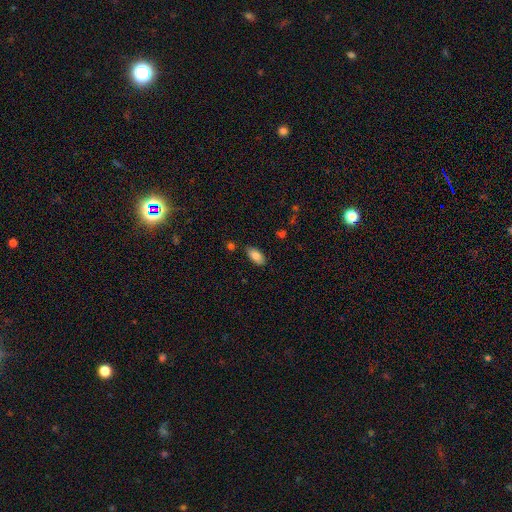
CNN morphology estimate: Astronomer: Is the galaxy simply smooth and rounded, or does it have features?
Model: smooth — 84%.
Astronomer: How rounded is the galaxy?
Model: in between — 92%.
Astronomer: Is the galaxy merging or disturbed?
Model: none — 82%.